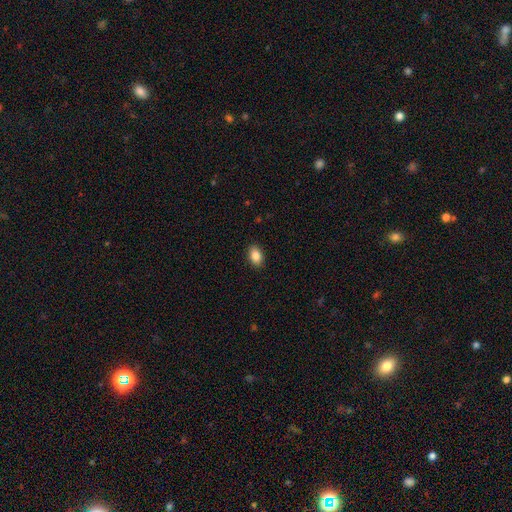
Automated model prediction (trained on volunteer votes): Q: Smooth or featured?
A: smooth (87%); runner-up: star or artifact (8%)
Q: How rounded?
A: in between (86%); runner-up: round (13%)
Q: Merging?
A: none (90%); runner-up: minor disturbance (8%)